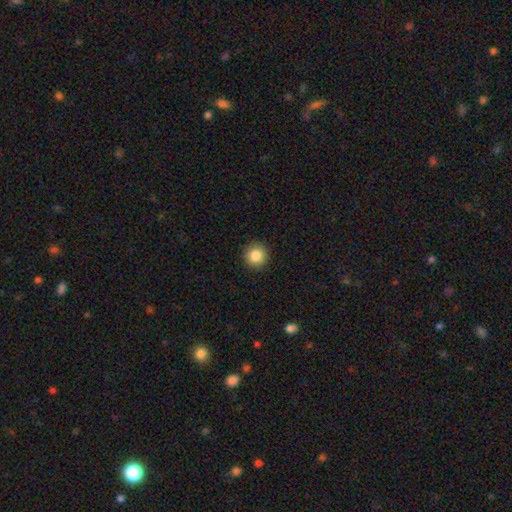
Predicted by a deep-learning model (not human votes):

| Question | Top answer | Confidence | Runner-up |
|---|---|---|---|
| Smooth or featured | smooth | 86% | star or artifact (10%) |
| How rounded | round | 95% | in between (4%) |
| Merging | none | 93% | minor disturbance (5%) |